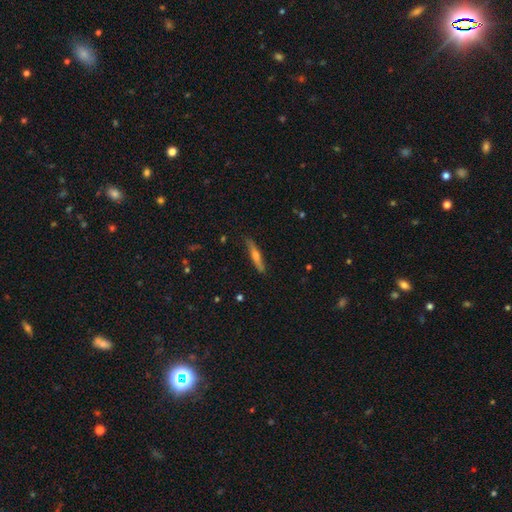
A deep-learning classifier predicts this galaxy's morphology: This is possibly a featured or disk galaxy (56%). It is clearly viewed edge-on (93%). Edge-on bulge: clearly rounded (86%). Merging: clearly none (87%).